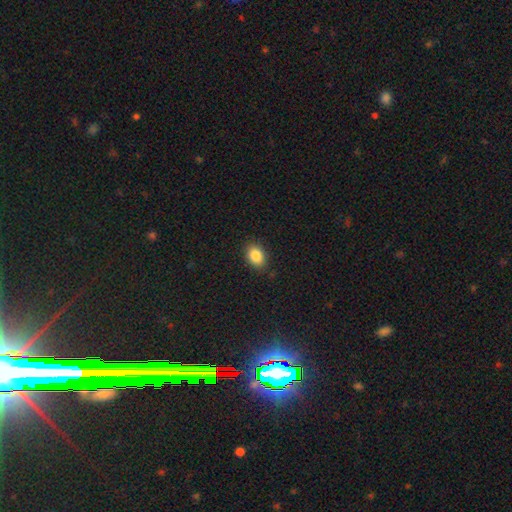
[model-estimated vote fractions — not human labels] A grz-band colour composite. It shows a smooth galaxy with no disk features (86%) that is in between round and cigar-shaped (79%). Merging: none (87%).